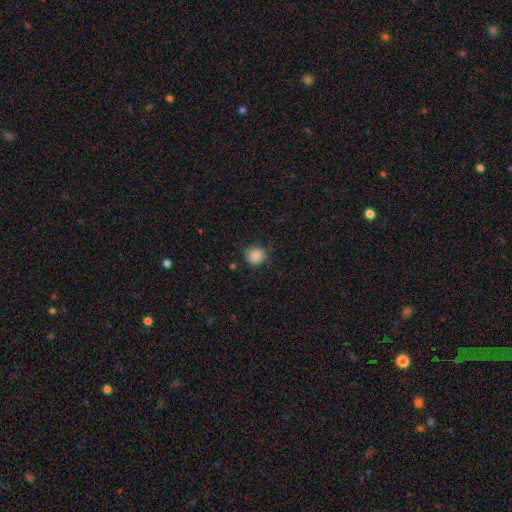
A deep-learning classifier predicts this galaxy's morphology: A smooth galaxy with no disk features (85%) that is round (86%).

Vote fractions:
- Smooth or featured? smooth: 85% / star or artifact: 9% / featured or disk: 6%
- How rounded? round: 86% / in between: 13% / cigar-shaped: 1%
- Merging? none: 76% / minor disturbance: 19% / major disturbance: 4% / merger: 1%